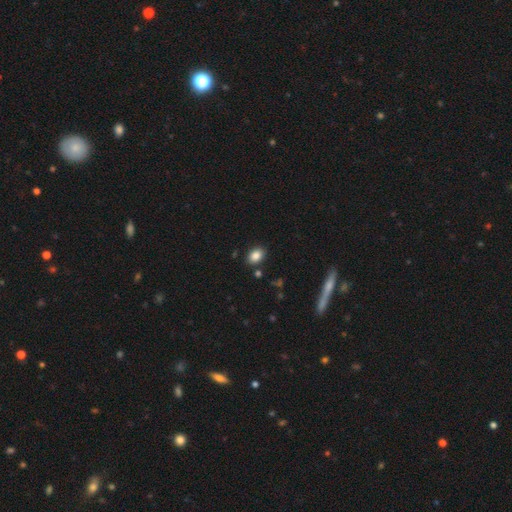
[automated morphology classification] Smooth or featured? Predicted: smooth (p=0.86). How rounded? Predicted: in between (p=0.78). Merging? Predicted: none (p=0.85).